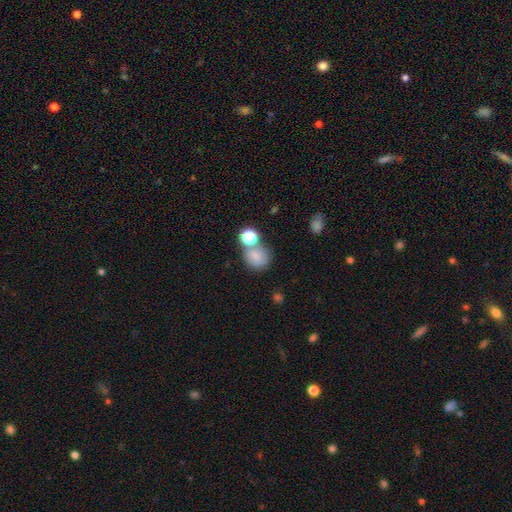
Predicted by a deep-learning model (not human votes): Overall: smooth (71%). How rounded: round (72%). Merging: none (49%; merger 30%).